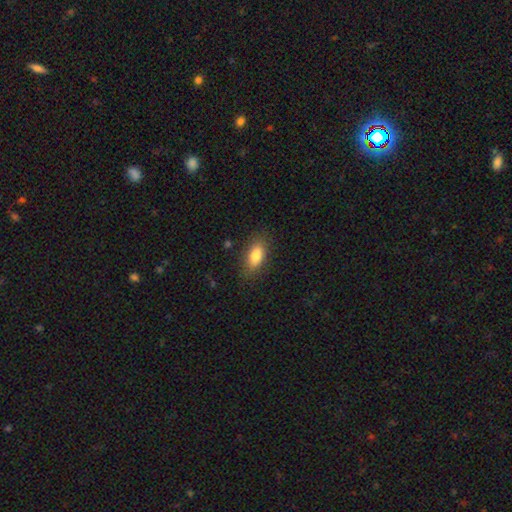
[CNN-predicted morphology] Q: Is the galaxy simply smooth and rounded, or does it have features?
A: smooth — 82%.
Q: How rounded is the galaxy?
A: in between — 84%.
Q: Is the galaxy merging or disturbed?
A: none — 84%.